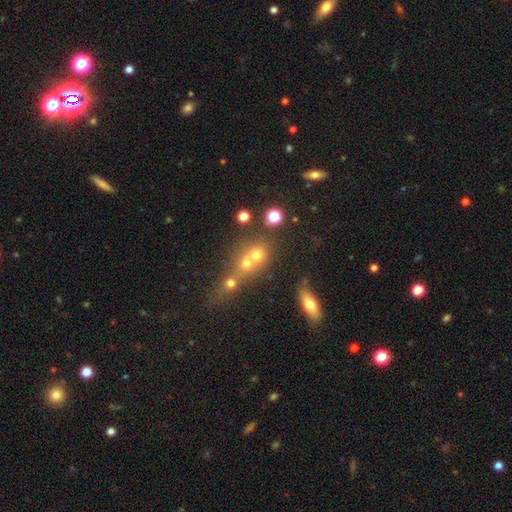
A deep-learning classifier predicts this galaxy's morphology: Smooth or featured?
  - smooth: 57% *
  - star or artifact: 22%
  - featured or disk: 21%
How rounded?
  - round: 67% *
  - in between: 28%
  - cigar-shaped: 5%
Merging?
  - merger: 55% *
  - none: 32%
  - minor disturbance: 7%
  - major disturbance: 5%